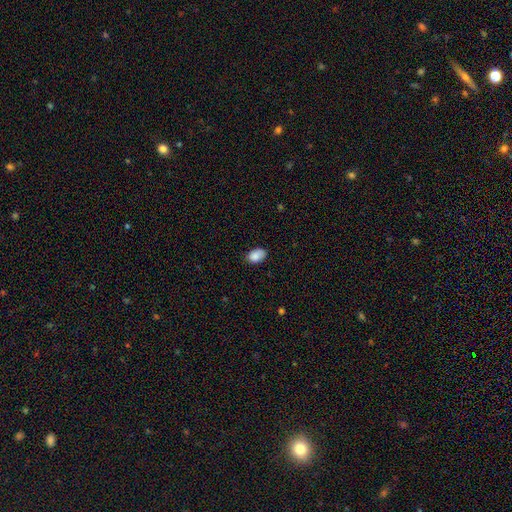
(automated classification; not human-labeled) smooth_or_featured: smooth (p=0.86) [alt: star or artifact p=0.08]
how_rounded: in between (p=0.90) [alt: round p=0.09]
merging: none (p=0.76) [alt: minor disturbance p=0.20]